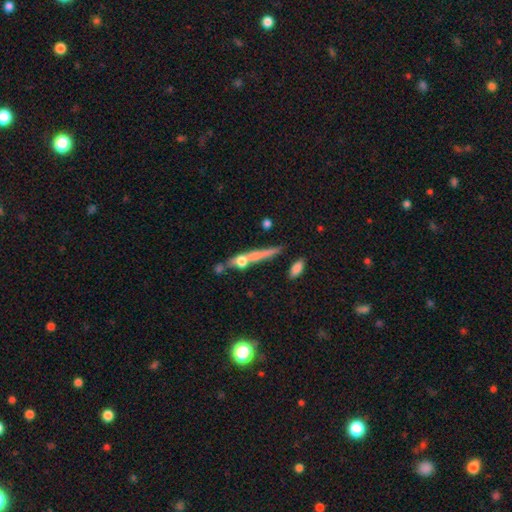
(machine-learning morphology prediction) Q: Smooth or featured?
A: featured or disk (50%); runner-up: smooth (39%)
Q: Edge-on disk?
A: yes (85%); runner-up: no (15%)
Q: Merging?
A: none (55%); runner-up: merger (21%)